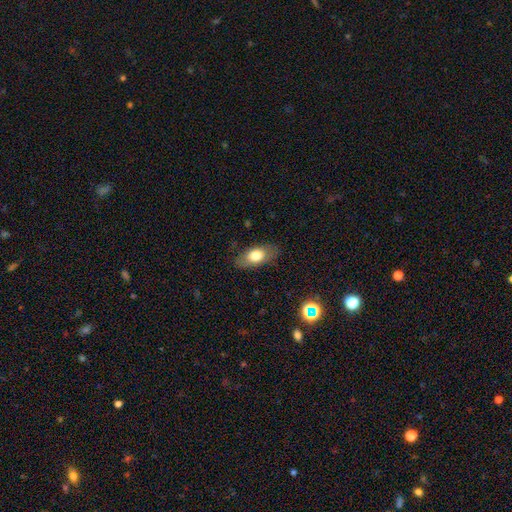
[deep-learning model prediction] A smooth galaxy with no disk features (71%) that is in between round and cigar-shaped (89%). Merging: none (81%).